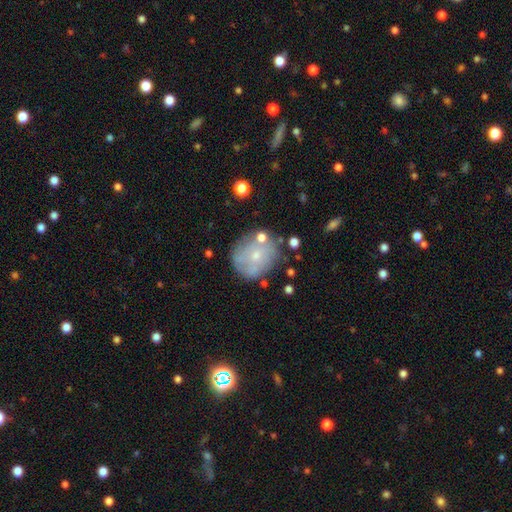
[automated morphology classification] Smooth or featured?
  - smooth: 45% * (tied)
  - featured or disk: 45% * (tied)
  - star or artifact: 10%
Merging?
  - none: 63% *
  - minor disturbance: 21%
  - major disturbance: 8%
  - merger: 8%